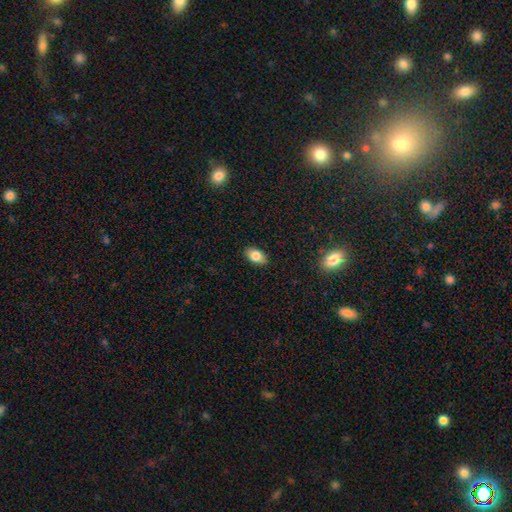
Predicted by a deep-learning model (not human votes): A smooth galaxy with no disk features (82%) that is in between round and cigar-shaped (90%). Merging: none (87%).